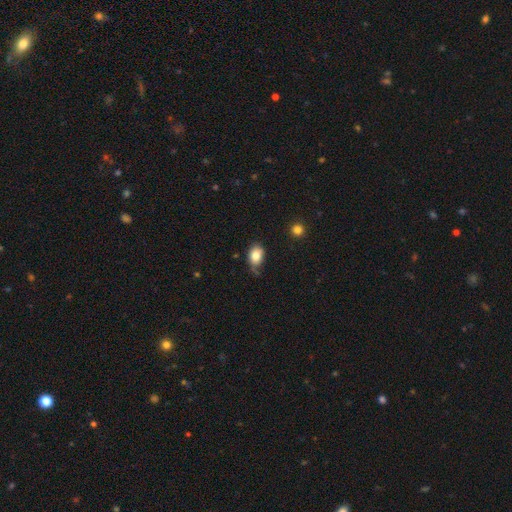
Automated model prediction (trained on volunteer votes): smooth-or-featured: smooth: 82% | featured or disk: 10% | star or artifact: 8%
  how-rounded: in between: 75% | round: 24% | cigar-shaped: 1%
  merging: none: 56% | minor disturbance: 30% | major disturbance: 9% | merger: 4%